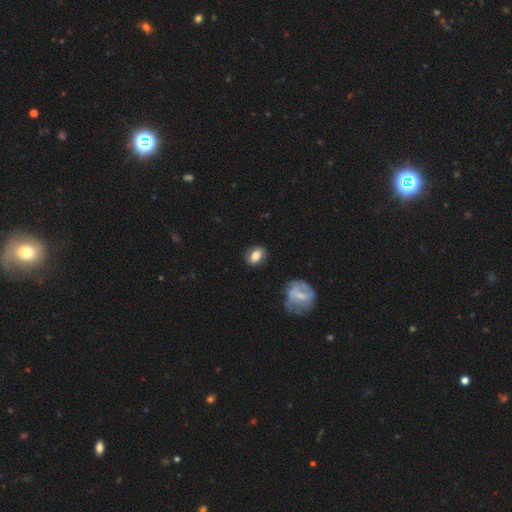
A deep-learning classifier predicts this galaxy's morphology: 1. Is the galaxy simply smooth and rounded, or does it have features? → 74% smooth, 18% featured or disk, 8% star or artifact.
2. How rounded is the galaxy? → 68% in between, 30% round, 2% cigar-shaped.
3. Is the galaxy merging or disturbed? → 79% none, 15% minor disturbance, 4% major disturbance, 2% merger.